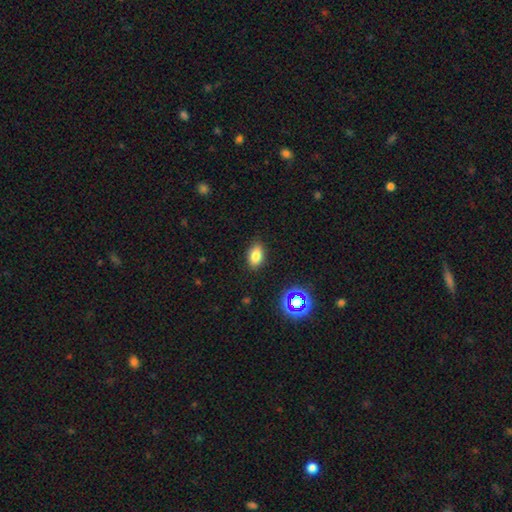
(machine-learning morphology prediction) Smooth or featured? Predicted: smooth (p=0.80). How rounded? Predicted: in between (p=0.87). Merging? Predicted: none (p=0.86).